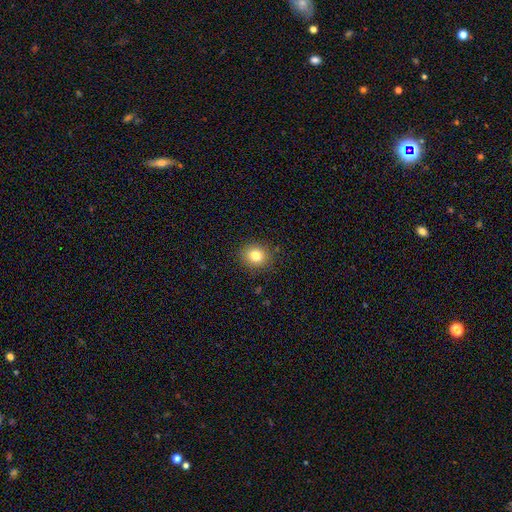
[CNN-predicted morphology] Smooth or featured?
  - smooth: 81% *
  - star or artifact: 11%
  - featured or disk: 8%
How rounded?
  - round: 80% *
  - in between: 20%
  - cigar-shaped: 1%
Merging?
  - none: 89% *
  - minor disturbance: 8%
  - major disturbance: 2%
  - merger: 1%